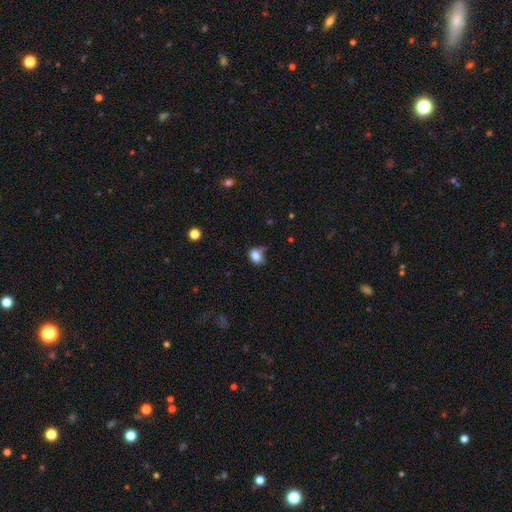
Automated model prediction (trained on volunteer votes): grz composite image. It shows a smooth galaxy with no disk features (82%) that is in between round and cigar-shaped (56%). Merging: none (52%).